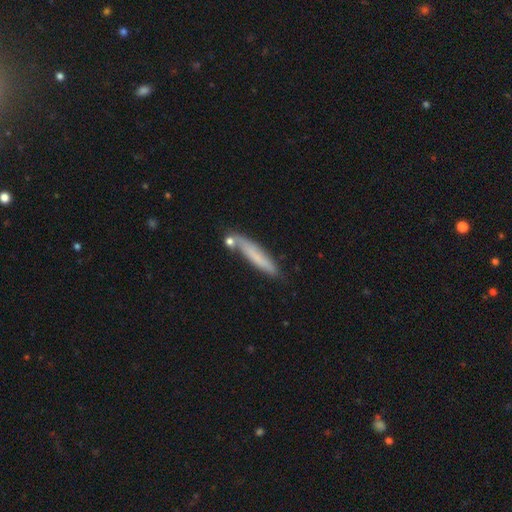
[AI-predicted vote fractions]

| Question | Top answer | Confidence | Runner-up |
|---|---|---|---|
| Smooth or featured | smooth | 67% | featured or disk (25%) |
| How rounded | cigar-shaped | 91% | in between (7%) |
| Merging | none | 69% | minor disturbance (17%) |